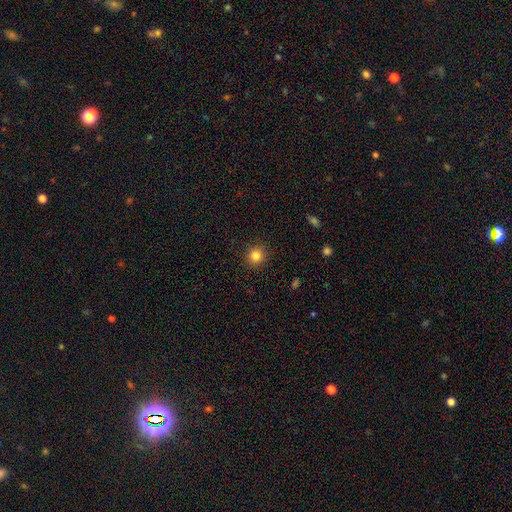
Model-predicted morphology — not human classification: smooth 84%, star or artifact 11%, featured or disk 5%. Down the decision tree: how rounded — round (92%); merging — none (91%).